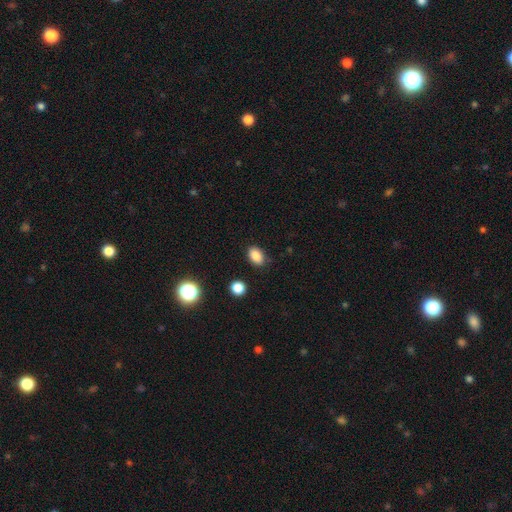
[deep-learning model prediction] Smooth or featured? smooth (86%)
How rounded? in between (84%)
Merging? none (84%)